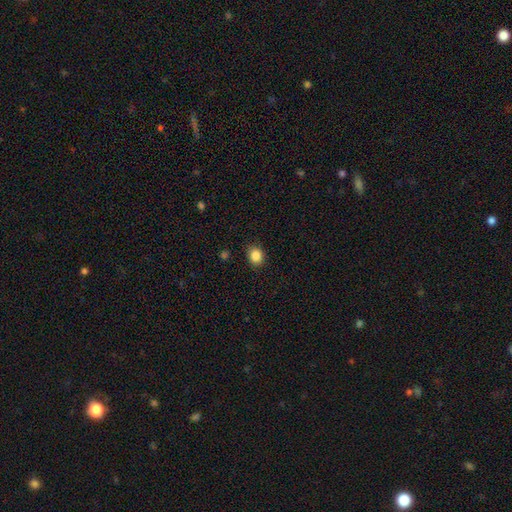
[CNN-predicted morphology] Overall: smooth (86%). How rounded: round (66%; in between 33%). Merging: none (89%).